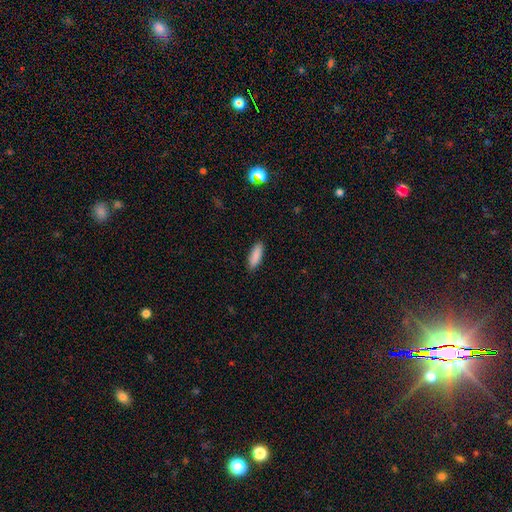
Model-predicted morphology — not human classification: This appears to be a smooth galaxy with no disk features (89%) that is in between round and cigar-shaped (52%). Merging: none (89%).